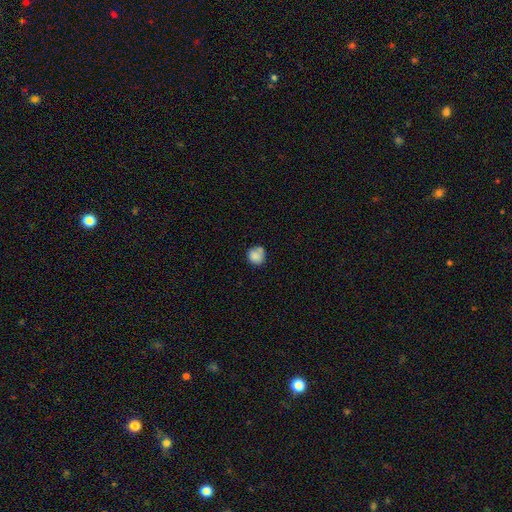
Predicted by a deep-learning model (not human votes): Smooth or featured? smooth (83%)
How rounded? round (85%)
Merging? none (59%)